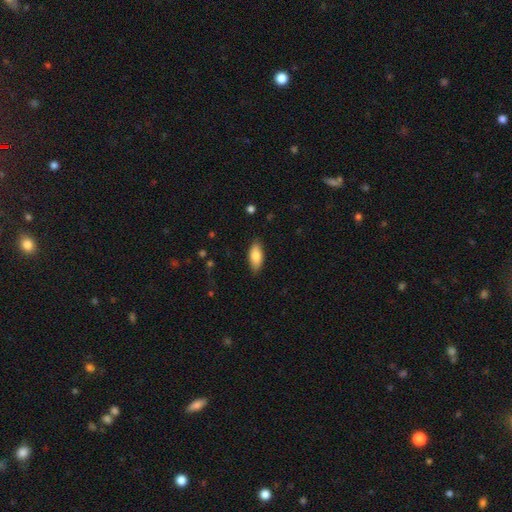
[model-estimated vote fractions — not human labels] Overall: smooth (82%). How rounded: in between (85%). Merging: none (85%).